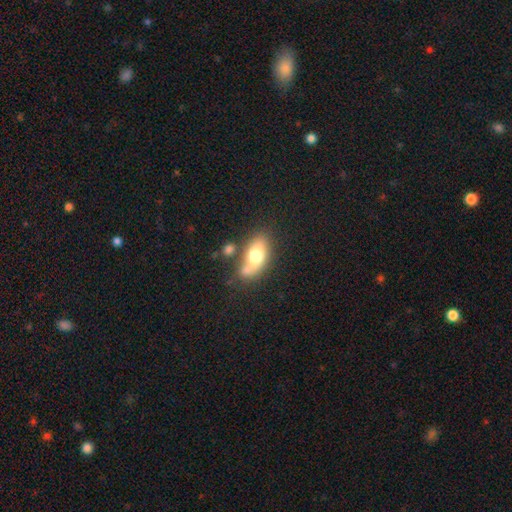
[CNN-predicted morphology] type=smooth (70%); roundness=in between (86%); merging=none (52%).